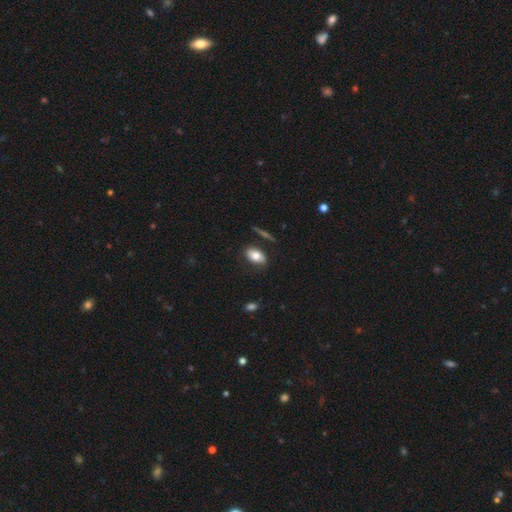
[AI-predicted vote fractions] Smooth or featured? Predicted: smooth (p=0.75). How rounded? Predicted: in between (p=0.89). Merging? Predicted: none (p=0.77).